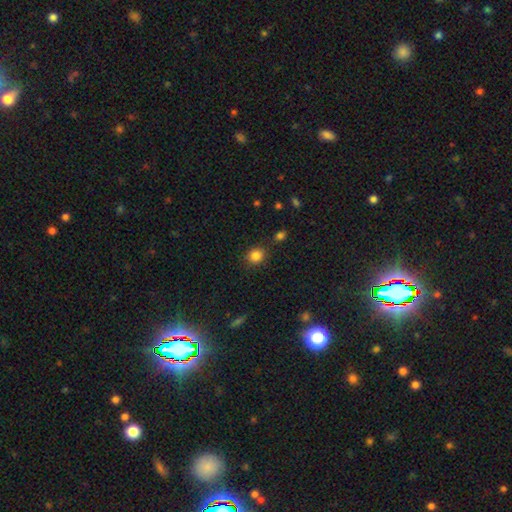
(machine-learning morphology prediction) smooth 84%, star or artifact 12%, featured or disk 4%. Down the decision tree: how rounded — round (81%); merging — none (85%).